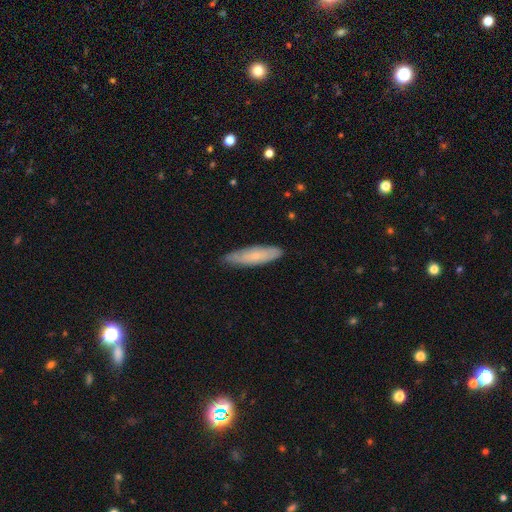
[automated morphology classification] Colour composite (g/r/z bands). It shows a smooth galaxy with no disk features (57%) that is cigar-shaped (66%). Merging: none (79%).